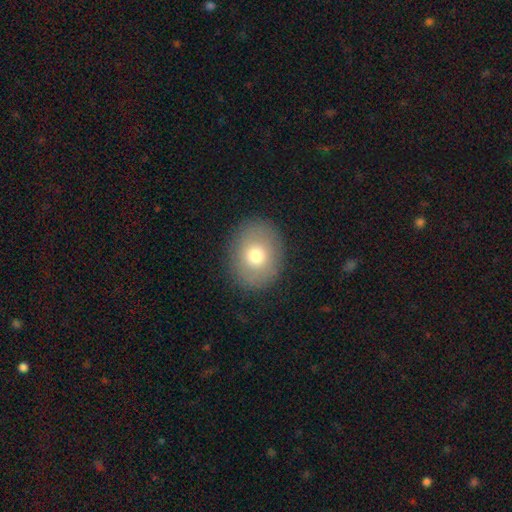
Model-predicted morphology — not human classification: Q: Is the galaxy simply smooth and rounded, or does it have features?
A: smooth — 72%.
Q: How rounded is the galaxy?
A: round — 54%.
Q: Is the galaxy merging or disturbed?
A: none — 87%.